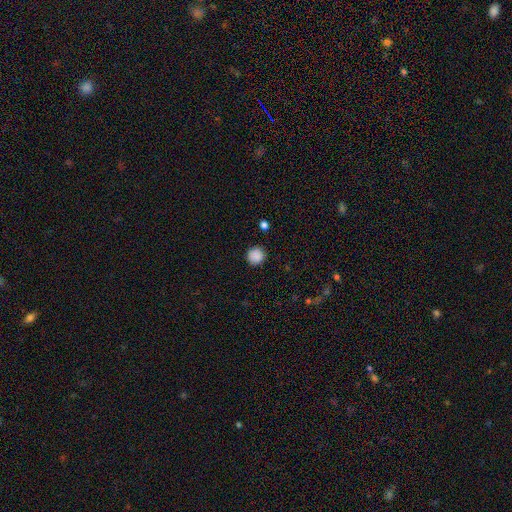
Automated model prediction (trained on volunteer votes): A smooth galaxy with no disk features (87%) that is round (93%). Merging: none (89%).